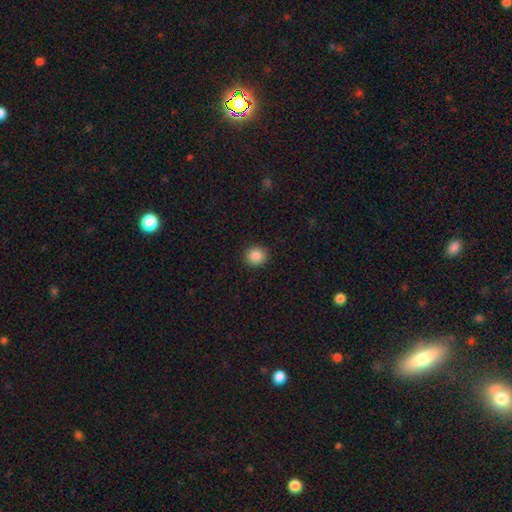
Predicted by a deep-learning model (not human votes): Smooth or featured? Predicted: smooth (p=0.86). How rounded? Predicted: round (p=0.89). Merging? Predicted: none (p=0.92).